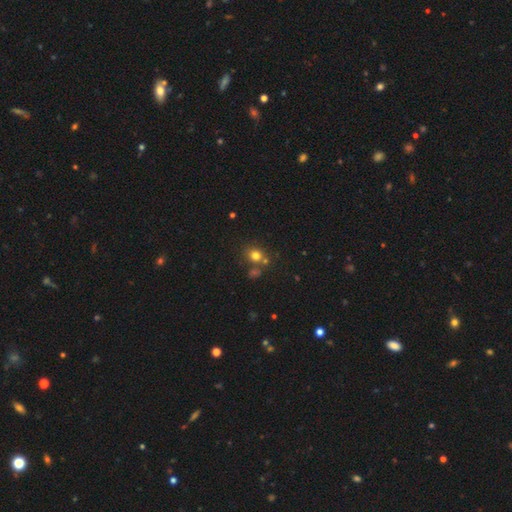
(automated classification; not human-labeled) Smooth or featured: smooth — 74% (star or artifact — 17%)
How rounded: round — 78% (in between — 21%)
Merging: none — 65% (merger — 20%)